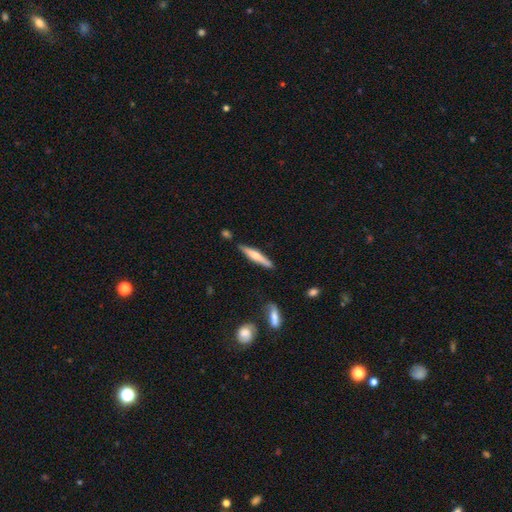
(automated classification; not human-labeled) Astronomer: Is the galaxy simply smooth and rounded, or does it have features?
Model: featured or disk — 48% (runner-up: smooth, 46%).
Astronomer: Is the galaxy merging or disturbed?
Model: none — 83%.